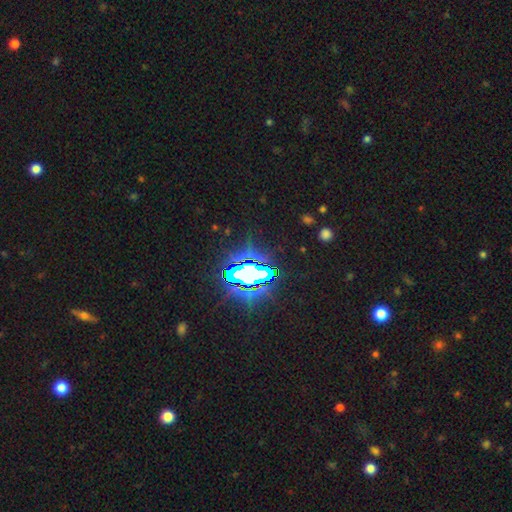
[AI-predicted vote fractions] This is clearly a star or artifact rather than a galaxy (85%).